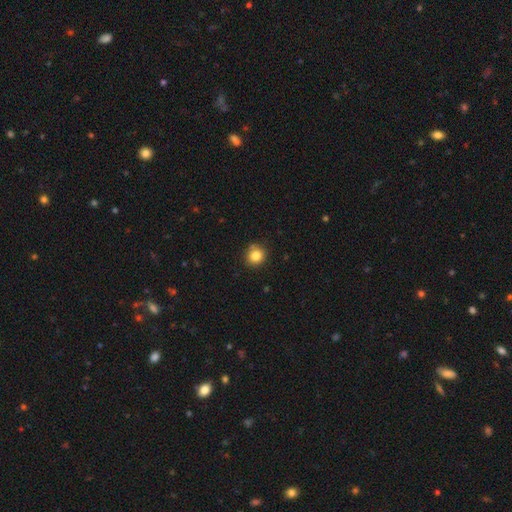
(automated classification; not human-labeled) Smooth or featured?
  - smooth: 83% *
  - star or artifact: 11%
  - featured or disk: 6%
How rounded?
  - round: 86% *
  - in between: 13%
  - cigar-shaped: 1%
Merging?
  - none: 83% *
  - minor disturbance: 11%
  - merger: 4%
  - major disturbance: 2%